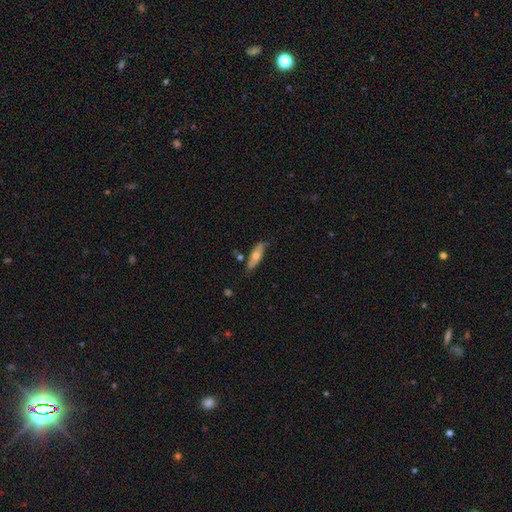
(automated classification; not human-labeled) Overall: smooth (56%; featured or disk 38%). How rounded: in between (52%; cigar-shaped 45%). Merging: none (78%).